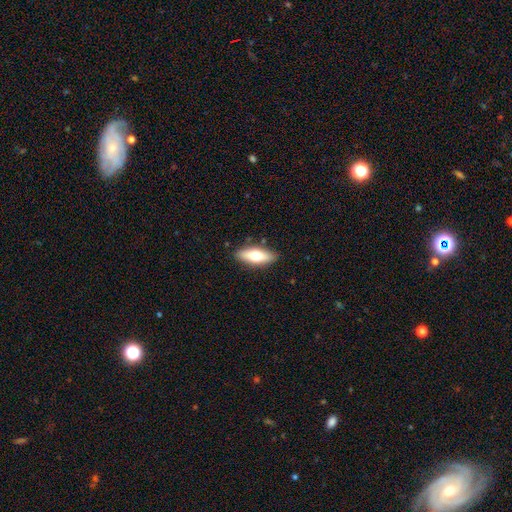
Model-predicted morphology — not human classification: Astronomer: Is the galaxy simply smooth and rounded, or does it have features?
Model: smooth — 62%.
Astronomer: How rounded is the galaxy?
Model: in between — 68%.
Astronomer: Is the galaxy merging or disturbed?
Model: none — 86%.